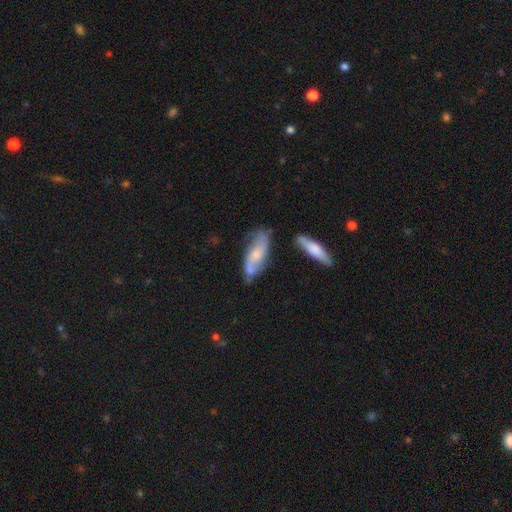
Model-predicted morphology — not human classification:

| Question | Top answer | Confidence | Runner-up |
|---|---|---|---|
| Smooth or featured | featured or disk | 63% | smooth (31%) |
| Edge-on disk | no | 85% | yes (15%) |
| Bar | no | 58% | weak (35%) |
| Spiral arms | yes | 88% | no (12%) |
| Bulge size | moderate | 42% | small (41%) |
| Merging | none | 62% | minor disturbance (22%) |